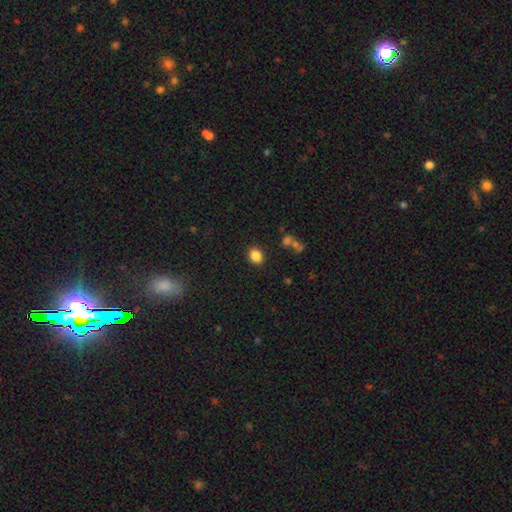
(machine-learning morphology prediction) Smooth or featured? Predicted: smooth (p=0.85). How rounded? Predicted: in between (p=0.54). Merging? Predicted: none (p=0.86).